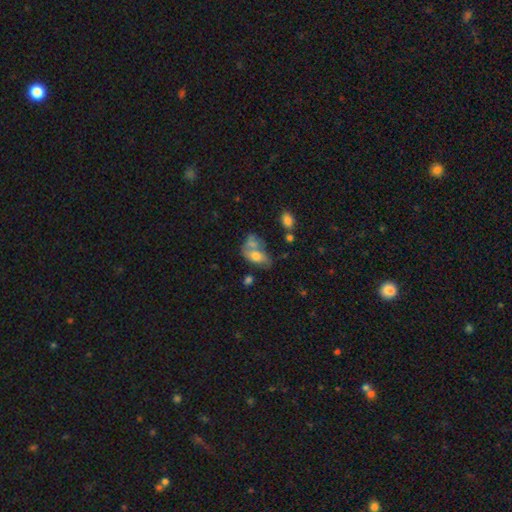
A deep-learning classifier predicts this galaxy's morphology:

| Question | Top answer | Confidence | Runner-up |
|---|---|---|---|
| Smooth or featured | smooth | 62% | featured or disk (29%) |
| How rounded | in between | 87% | round (10%) |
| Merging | merger | 42% | none (26%) |